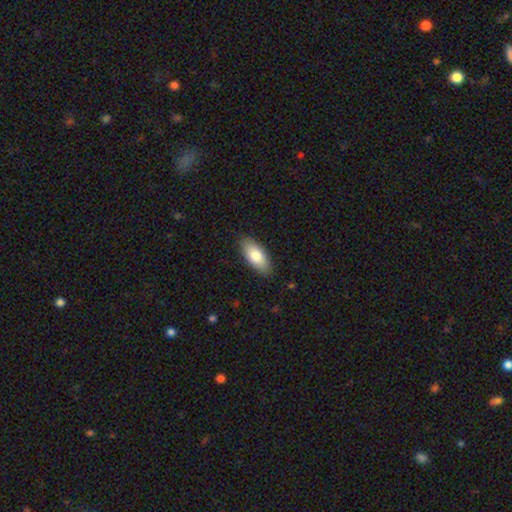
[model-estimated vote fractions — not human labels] Morphology: type=smooth (81%); roundness=in between (86%); merging=none (87%).